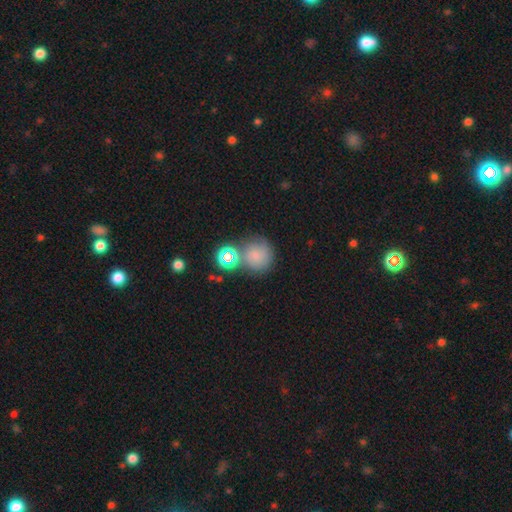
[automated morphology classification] Smooth or featured?
  - smooth: 64% *
  - star or artifact: 20%
  - featured or disk: 16%
How rounded?
  - round: 88% *
  - in between: 11%
  - cigar-shaped: 1%
Merging?
  - none: 55% *
  - merger: 19%
  - minor disturbance: 18%
  - major disturbance: 8%